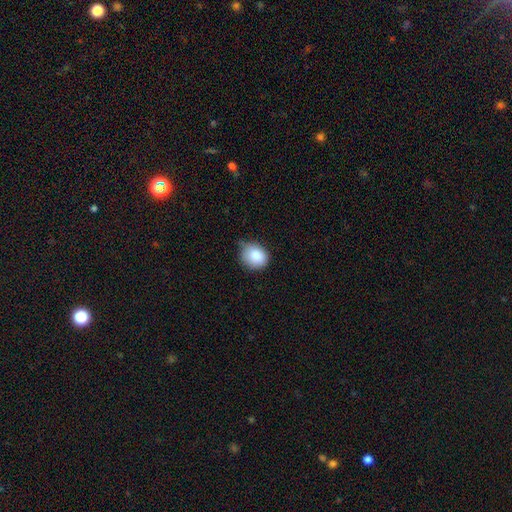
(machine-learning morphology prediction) Smooth or featured: smooth — 87% (star or artifact — 8%)
How rounded: round — 64% (in between — 35%)
Merging: none — 53% (minor disturbance — 39%)